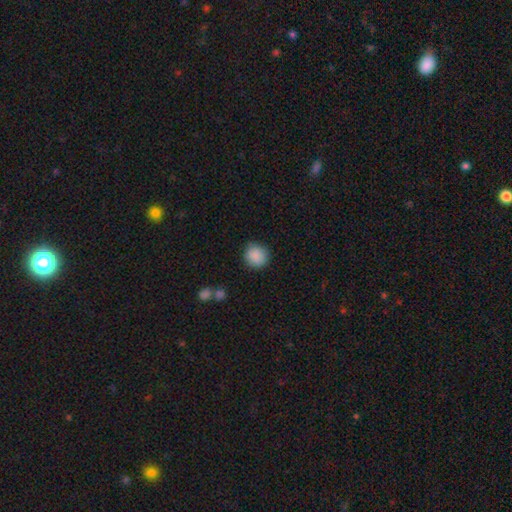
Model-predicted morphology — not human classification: This appears to be a smooth galaxy with no disk features (88%) that is round (91%). Merging: none (85%).